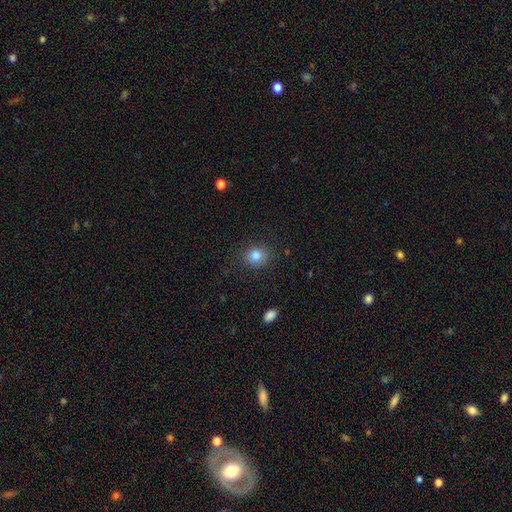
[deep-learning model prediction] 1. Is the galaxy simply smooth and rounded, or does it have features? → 84% smooth, 11% star or artifact, 6% featured or disk.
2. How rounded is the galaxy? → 75% round, 24% in between, 1% cigar-shaped.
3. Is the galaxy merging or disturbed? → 86% none, 10% minor disturbance, 3% major disturbance, 1% merger.